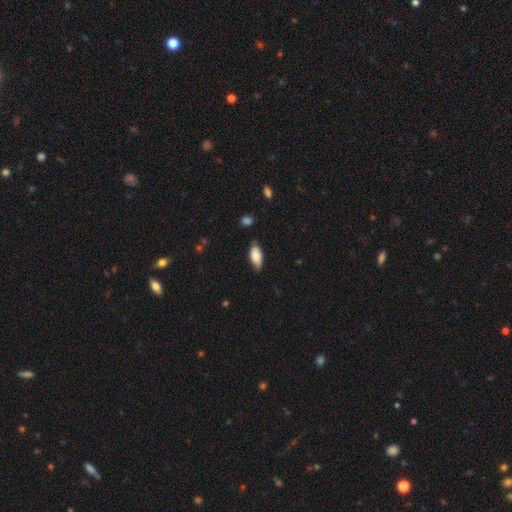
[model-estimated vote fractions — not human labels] smooth-or-featured: smooth: 80% | featured or disk: 14% | star or artifact: 6%
  how-rounded: in between: 84% | cigar-shaped: 14% | round: 2%
  merging: none: 77% | minor disturbance: 18% | major disturbance: 3% | merger: 2%